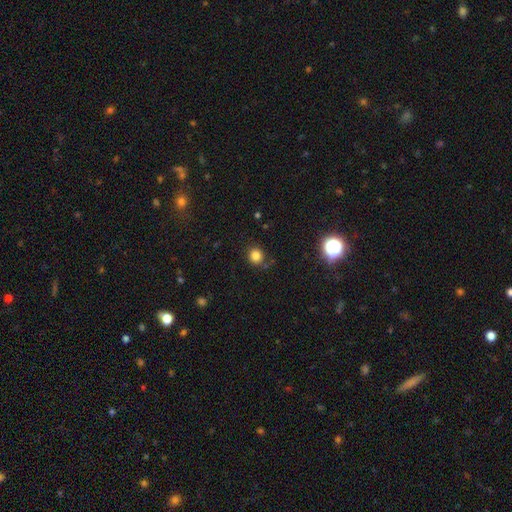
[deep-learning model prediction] Overall: smooth (81%). How rounded: round (86%). Merging: none (79%).